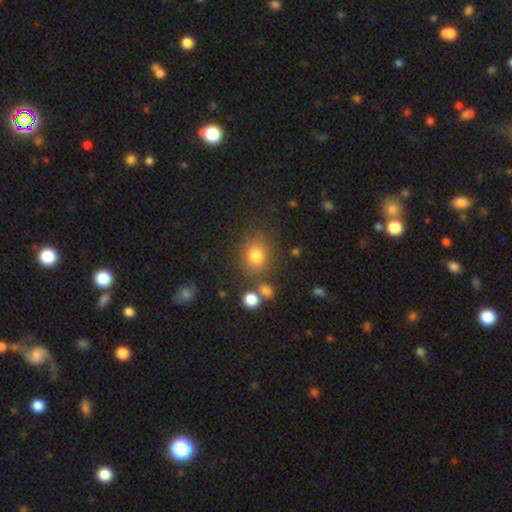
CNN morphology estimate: Smooth or featured: smooth — 78% (star or artifact — 14%)
How rounded: round — 73% (in between — 26%)
Merging: none — 77% (minor disturbance — 11%)